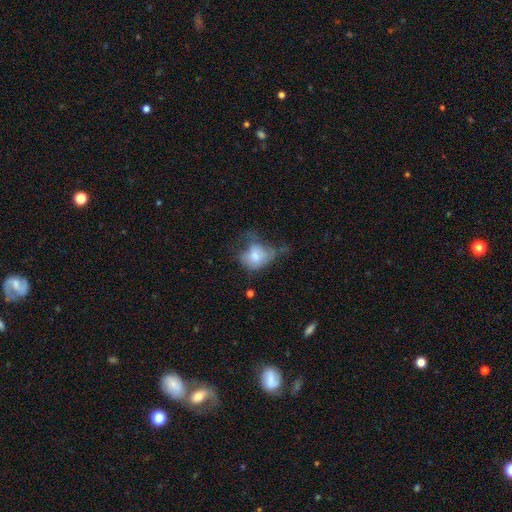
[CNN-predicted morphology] smooth_or_featured: smooth (p=0.61) [alt: featured or disk p=0.29]
how_rounded: in between (p=0.60) [alt: round p=0.39]
merging: major disturbance (p=0.46) [alt: minor disturbance p=0.27]